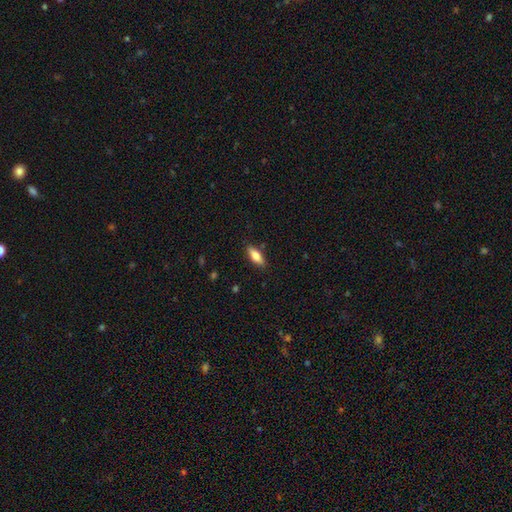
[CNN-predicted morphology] Q: Smooth or featured?
A: smooth (77%); runner-up: featured or disk (16%)
Q: How rounded?
A: in between (69%); runner-up: cigar-shaped (28%)
Q: Merging?
A: none (85%); runner-up: minor disturbance (11%)